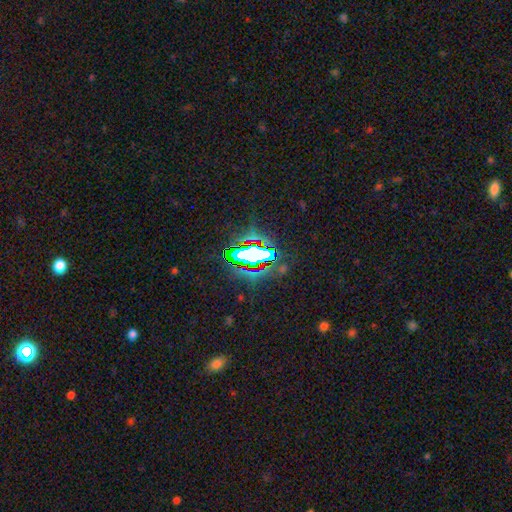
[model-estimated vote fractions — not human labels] Smooth or featured?
  - star or artifact: 62% *
  - smooth: 23%
  - featured or disk: 15%